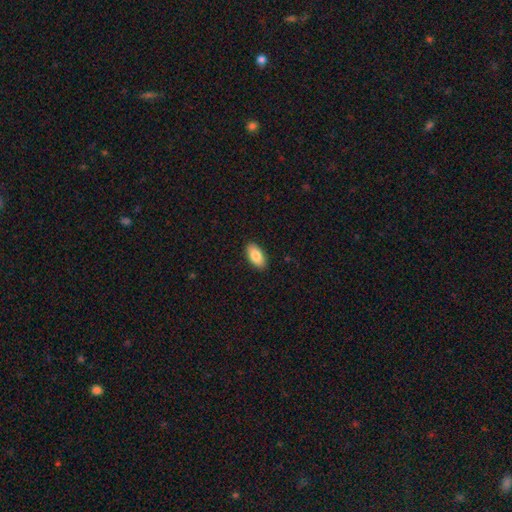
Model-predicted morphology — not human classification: Smooth or featured: smooth — 85% (featured or disk — 9%)
How rounded: in between — 94% (cigar-shaped — 4%)
Merging: none — 90% (minor disturbance — 7%)